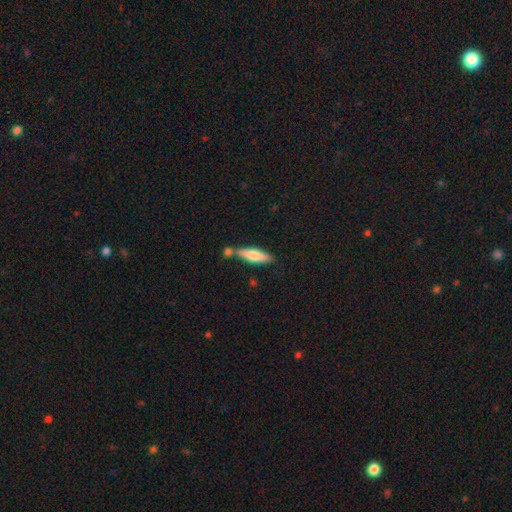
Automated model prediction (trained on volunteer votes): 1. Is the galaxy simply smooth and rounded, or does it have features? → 67% smooth, 28% featured or disk, 6% star or artifact.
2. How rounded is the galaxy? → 65% cigar-shaped, 33% in between, 2% round.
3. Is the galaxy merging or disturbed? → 64% none, 19% merger, 14% minor disturbance, 4% major disturbance.